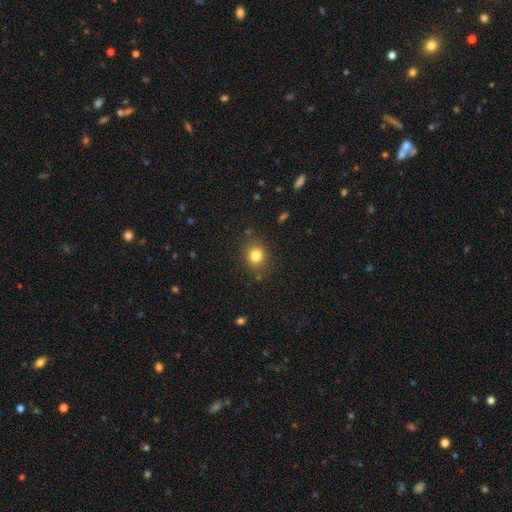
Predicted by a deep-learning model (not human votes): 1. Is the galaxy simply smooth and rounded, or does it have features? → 81% smooth, 12% star or artifact, 7% featured or disk.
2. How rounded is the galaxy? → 71% round, 28% in between, 1% cigar-shaped.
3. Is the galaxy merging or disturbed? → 84% none, 11% minor disturbance, 4% major disturbance, 2% merger.